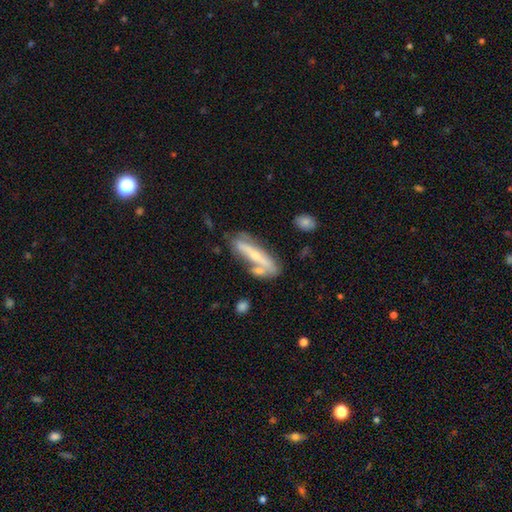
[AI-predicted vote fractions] featured or disk 59%, smooth 34%, star or artifact 7%. Down the decision tree: edge-on disk — yes (61%); merging — none (52%).